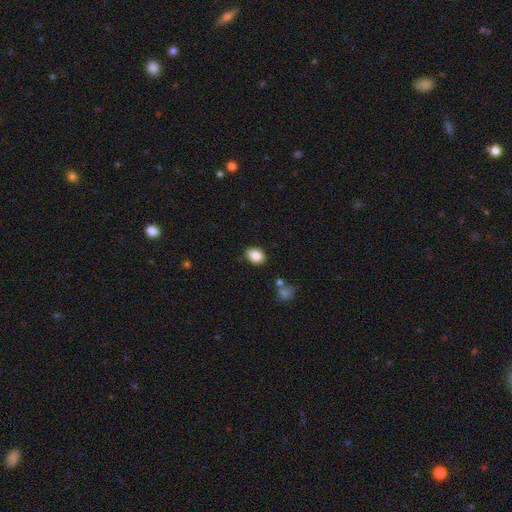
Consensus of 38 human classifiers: Q: Smooth or featured?
A: smooth (97%); runner-up: star or artifact (3%)
Q: How rounded?
A: in between (76%); runner-up: round (24%)
Q: Merging?
A: none (95%); runner-up: minor disturbance (5%)